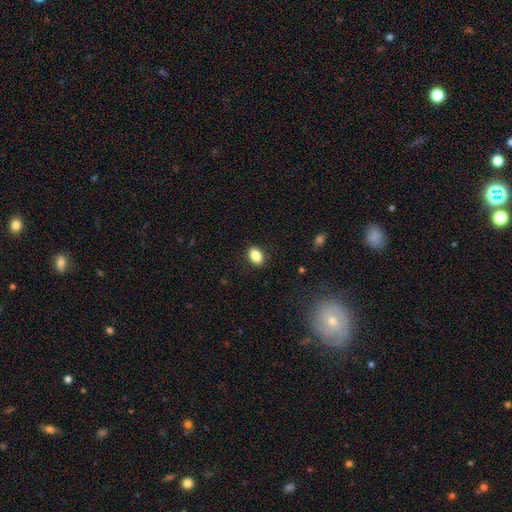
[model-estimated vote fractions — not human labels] Smooth or featured: smooth — 86% (star or artifact — 9%)
How rounded: in between — 84% (round — 14%)
Merging: none — 88% (minor disturbance — 9%)